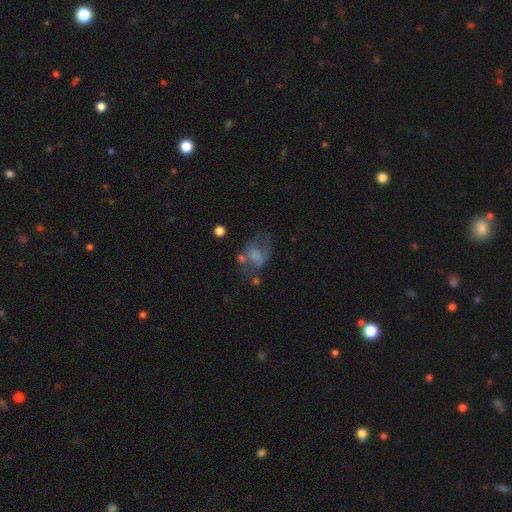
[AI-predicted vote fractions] Morphology: type=smooth (48%); merging=major disturbance (34%).